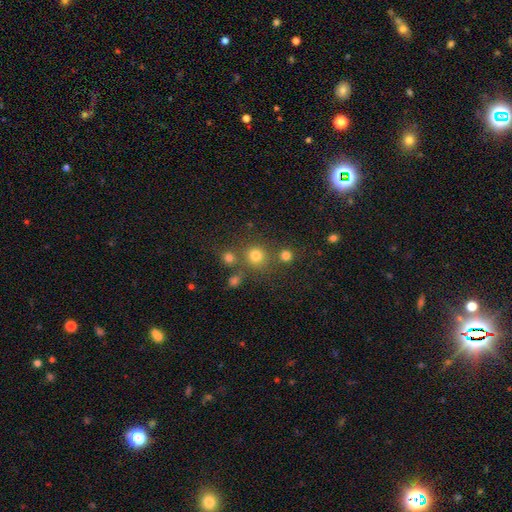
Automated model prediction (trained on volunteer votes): This is likely a smooth galaxy (76%). How rounded: clearly round (91%). Merging: likely none (71%).